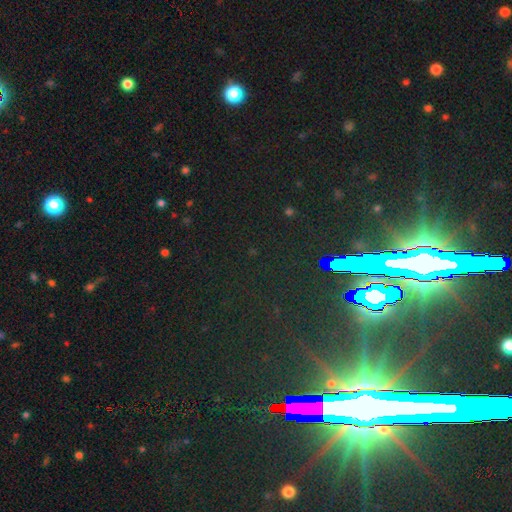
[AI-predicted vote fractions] Smooth or featured? star or artifact (83%)